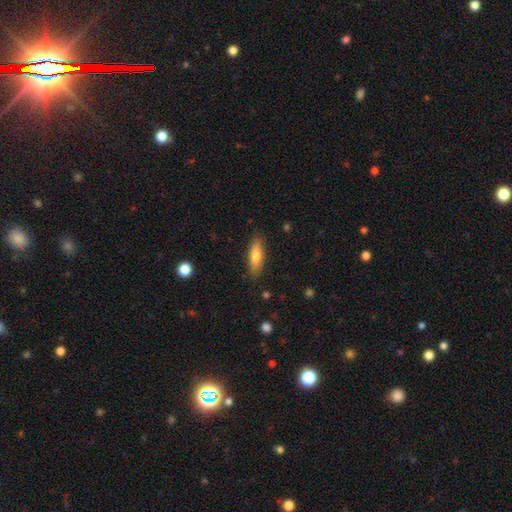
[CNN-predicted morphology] smooth-or-featured: smooth: 70% | featured or disk: 23% | star or artifact: 6%
  how-rounded: cigar-shaped: 53% | in between: 45% | round: 2%
  merging: none: 87% | minor disturbance: 10% | major disturbance: 2% | merger: 1%